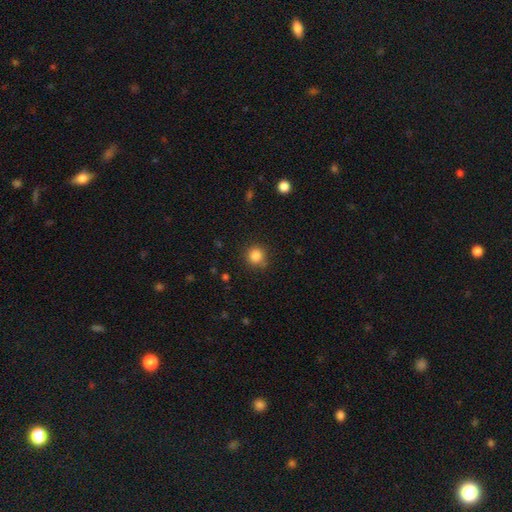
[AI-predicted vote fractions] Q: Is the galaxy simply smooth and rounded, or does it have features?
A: smooth — 85%.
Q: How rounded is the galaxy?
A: round — 92%.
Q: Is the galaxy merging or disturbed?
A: none — 85%.